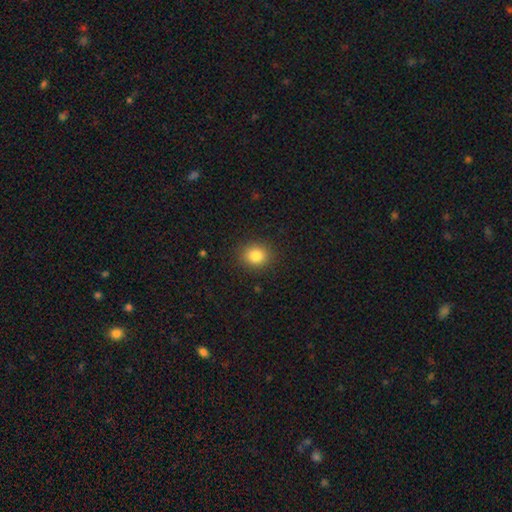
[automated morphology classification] type=smooth (83%); roundness=round (74%); merging=none (89%).